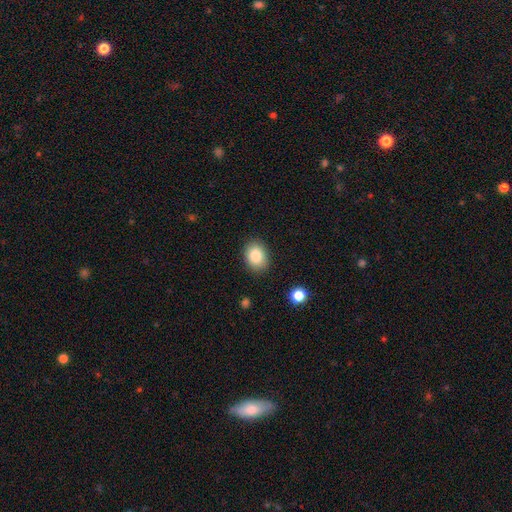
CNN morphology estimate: Smooth or featured? Predicted: smooth (p=0.85). How rounded? Predicted: in between (p=0.62). Merging? Predicted: none (p=0.86).